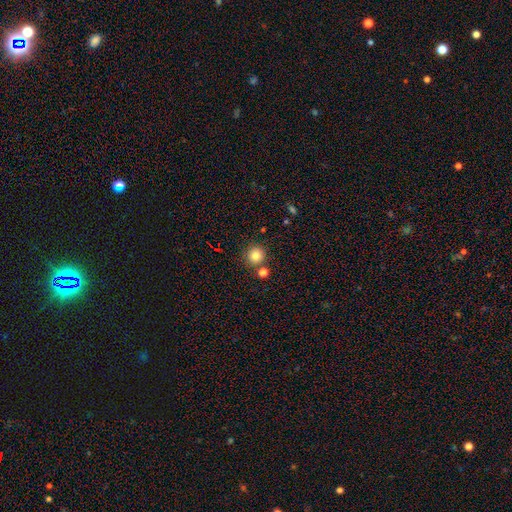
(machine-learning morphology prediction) Overall: smooth (82%). How rounded: round (94%). Merging: none (80%).